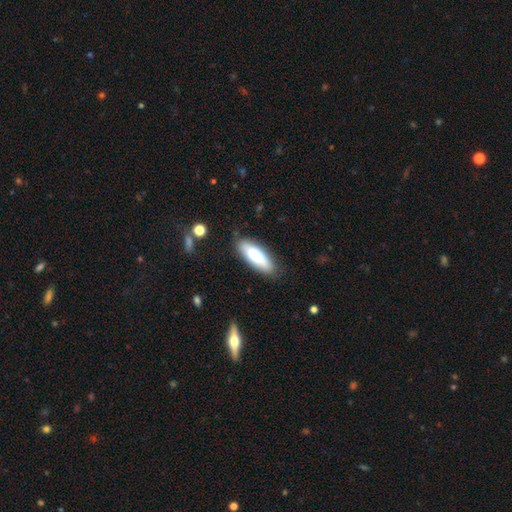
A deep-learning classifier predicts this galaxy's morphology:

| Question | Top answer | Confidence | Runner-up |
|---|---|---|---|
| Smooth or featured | smooth | 79% | featured or disk (15%) |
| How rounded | in between | 63% | cigar-shaped (35%) |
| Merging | none | 82% | minor disturbance (14%) |